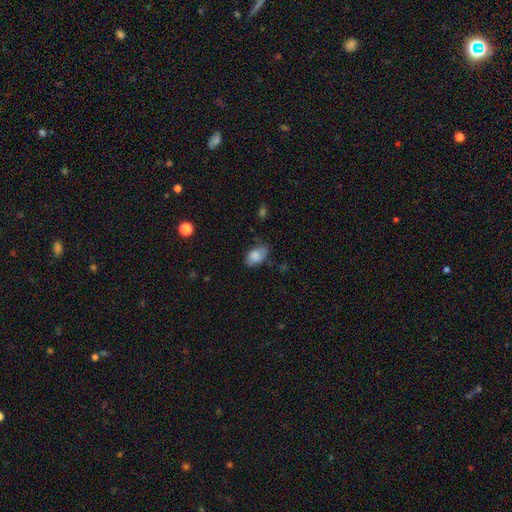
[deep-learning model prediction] Smooth or featured?
  - smooth: 82% *
  - featured or disk: 10%
  - star or artifact: 8%
How rounded?
  - in between: 91% *
  - round: 8%
  - cigar-shaped: 1%
Merging?
  - none: 63% *
  - minor disturbance: 28%
  - major disturbance: 7%
  - merger: 2%